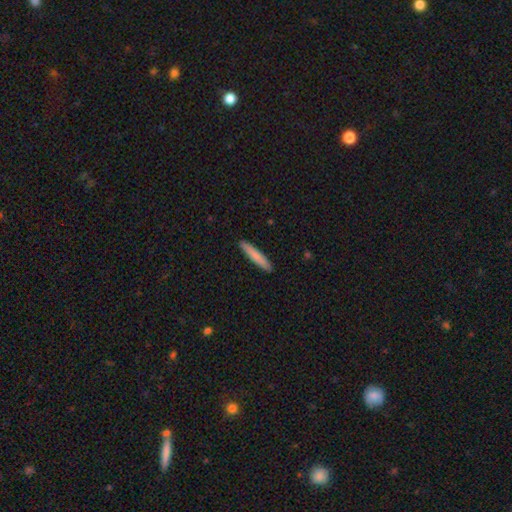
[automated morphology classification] type=smooth (78%); roundness=cigar-shaped (92%); merging=none (91%).